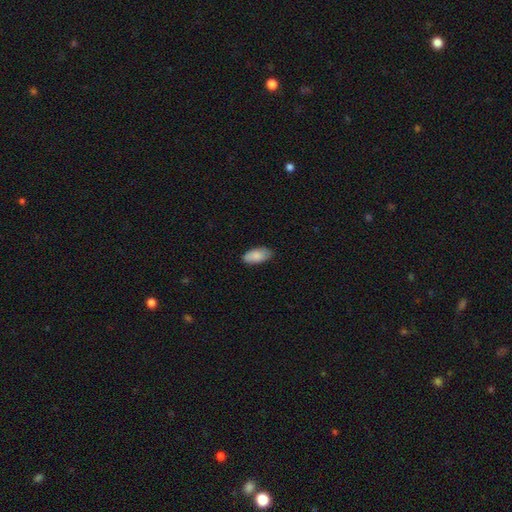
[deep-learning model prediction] A smooth galaxy with no disk features (86%) that is in between round and cigar-shaped (93%).

Vote fractions:
- Smooth or featured? smooth: 86% / featured or disk: 8% / star or artifact: 6%
- How rounded? in between: 93% / cigar-shaped: 5% / round: 2%
- Merging? none: 83% / minor disturbance: 14% / major disturbance: 2% / merger: 1%